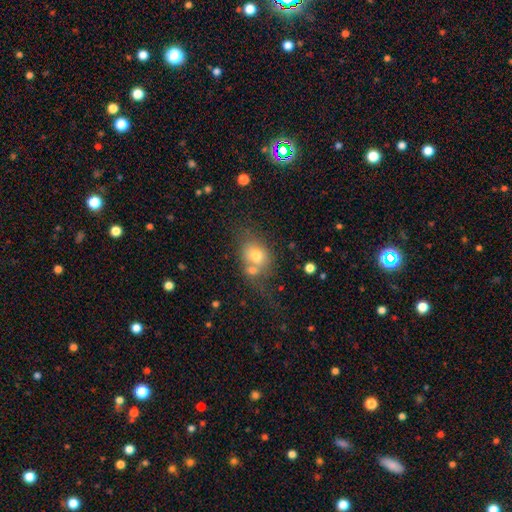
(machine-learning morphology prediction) Q: Smooth or featured?
A: smooth (70%); runner-up: featured or disk (19%)
Q: How rounded?
A: round (54%); runner-up: in between (45%)
Q: Merging?
A: merger (41%); runner-up: none (36%)